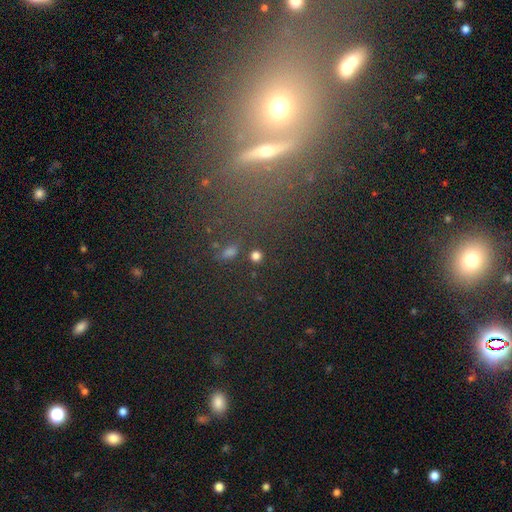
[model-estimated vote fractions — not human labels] Smooth or featured? Predicted: smooth (p=0.74). How rounded? Predicted: round (p=0.83). Merging? Predicted: none (p=0.81).